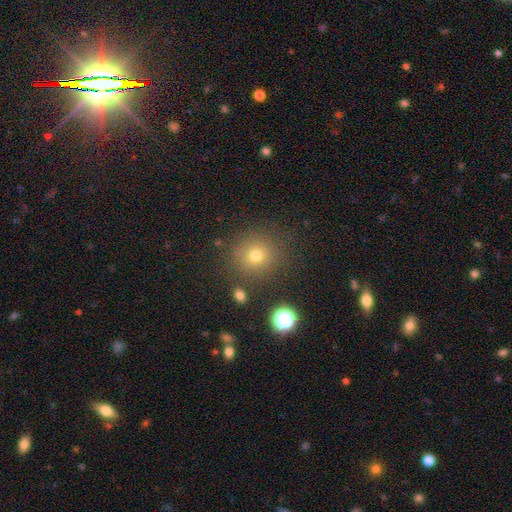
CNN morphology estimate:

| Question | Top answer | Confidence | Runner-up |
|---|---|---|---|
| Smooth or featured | smooth | 68% | star or artifact (22%) |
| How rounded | round | 91% | in between (8%) |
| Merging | none | 86% | minor disturbance (8%) |